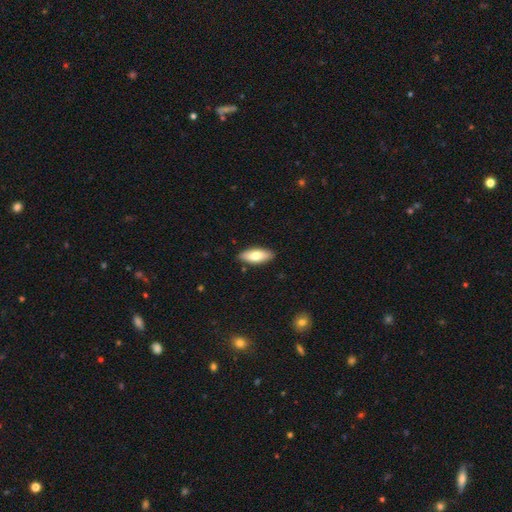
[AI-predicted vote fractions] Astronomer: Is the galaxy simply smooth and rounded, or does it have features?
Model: smooth — 76%.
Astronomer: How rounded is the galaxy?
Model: in between — 78%.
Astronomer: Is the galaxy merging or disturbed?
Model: none — 89%.